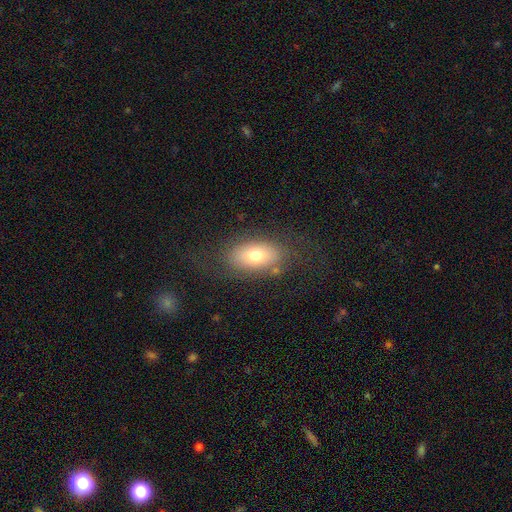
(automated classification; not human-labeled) Morphology: type=smooth (71%); roundness=in between (89%); merging=none (74%).